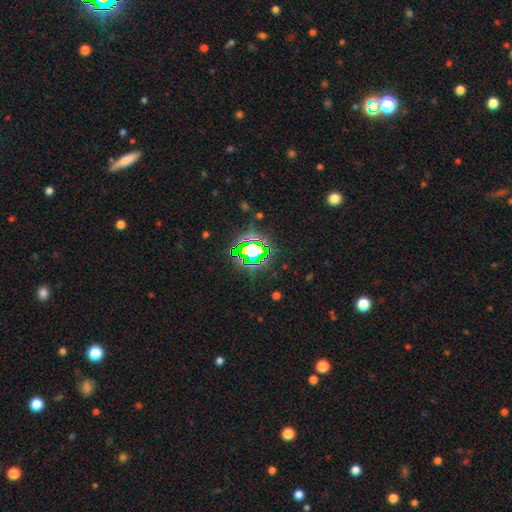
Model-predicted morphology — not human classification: Smooth or featured: star or artifact — 81% (smooth — 12%)